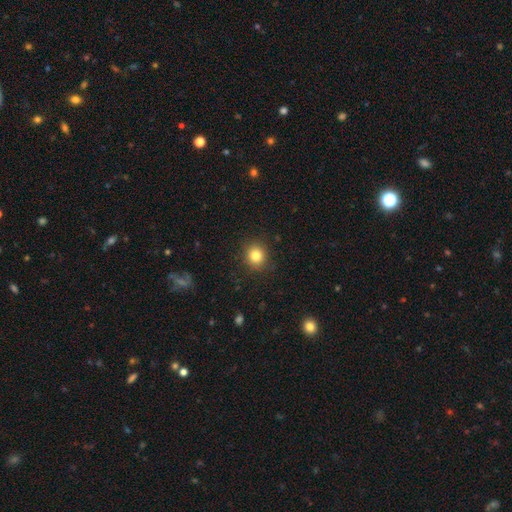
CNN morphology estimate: A smooth galaxy with no disk features (83%) that is round (88%). Merging: none (89%).